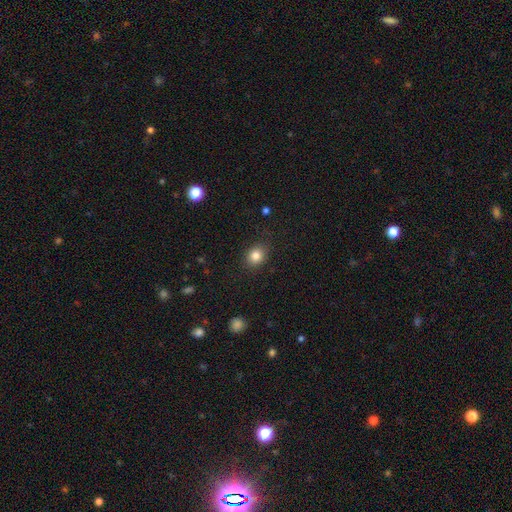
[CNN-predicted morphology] This is clearly a smooth galaxy (83%). How rounded: likely round (61%). Merging: clearly none (86%).